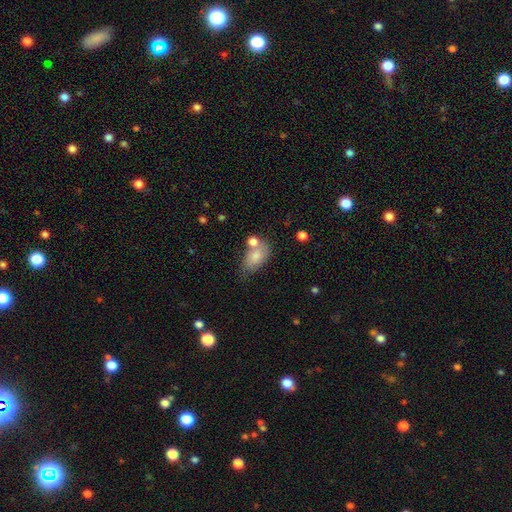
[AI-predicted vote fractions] This appears to be a smooth galaxy with no disk features (76%) that is in between round and cigar-shaped (87%). Merging: none (39%).